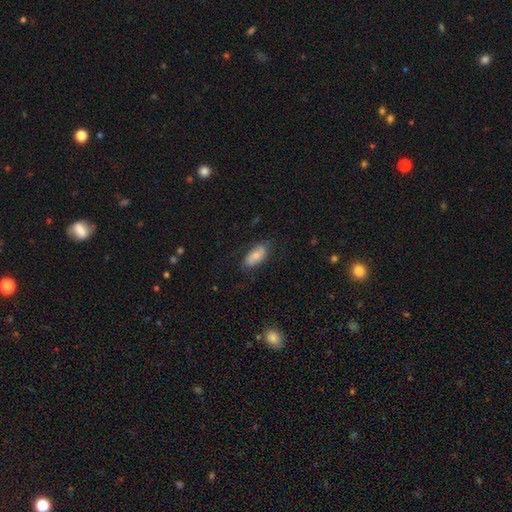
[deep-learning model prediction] smooth-or-featured: smooth: 68% | featured or disk: 25% | star or artifact: 7%
  how-rounded: in between: 92% | cigar-shaped: 5% | round: 3%
  merging: none: 72% | minor disturbance: 20% | major disturbance: 7% | merger: 1%